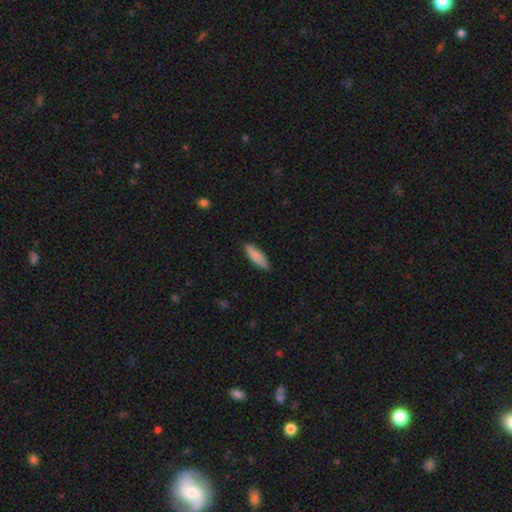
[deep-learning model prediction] This appears to be a smooth galaxy with no disk features (83%) that is in between round and cigar-shaped (52%). Merging: none (82%).